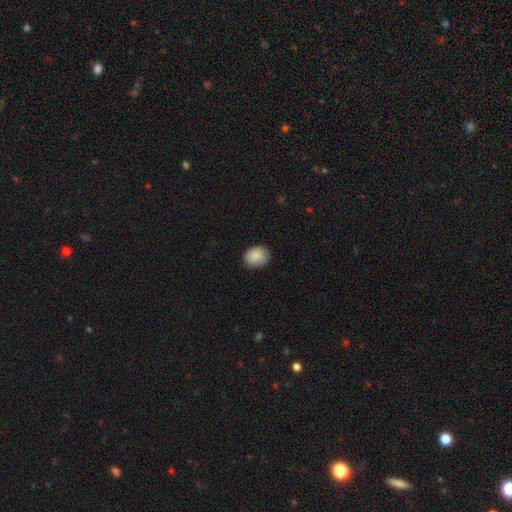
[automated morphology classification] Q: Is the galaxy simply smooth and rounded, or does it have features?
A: smooth — 87%.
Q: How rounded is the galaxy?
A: round — 57%.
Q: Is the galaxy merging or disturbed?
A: none — 83%.